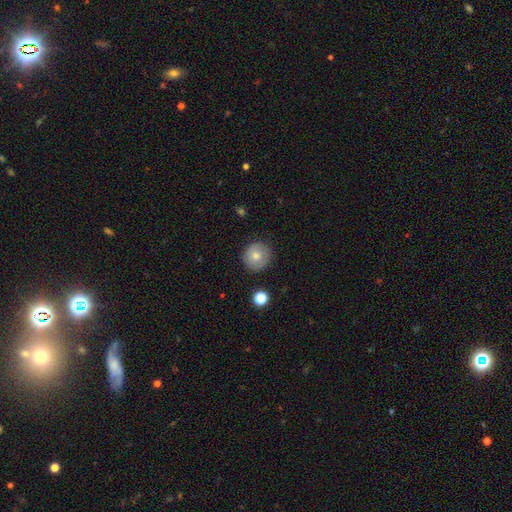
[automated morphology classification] A smooth galaxy with no disk features (74%) that is round (92%). Merging: none (87%).